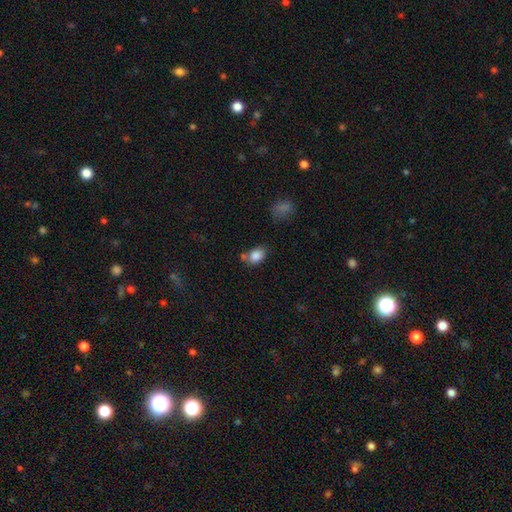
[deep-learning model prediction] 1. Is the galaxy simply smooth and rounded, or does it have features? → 85% smooth, 9% star or artifact, 6% featured or disk.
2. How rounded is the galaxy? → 75% in between, 24% round, 1% cigar-shaped.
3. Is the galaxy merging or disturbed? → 56% none, 19% minor disturbance, 19% merger, 6% major disturbance.